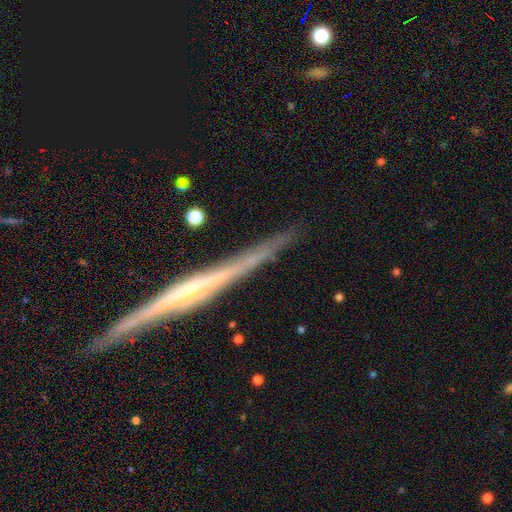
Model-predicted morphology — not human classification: This is likely a featured or disk galaxy (63%). It is clearly viewed edge-on (95%). Edge-on bulge: possibly none (59%). Merging: likely none (79%).